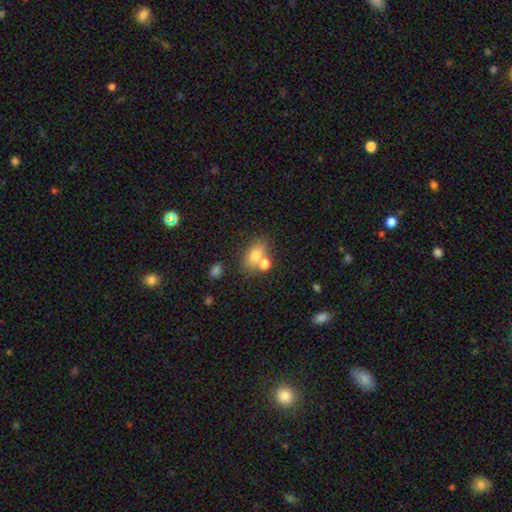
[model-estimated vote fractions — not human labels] The model was most divided on "merging": none: 56%, merger: 26%, minor disturbance: 13%, major disturbance: 5%. More confident: how rounded — in between (79%); smooth or featured — smooth (75%).